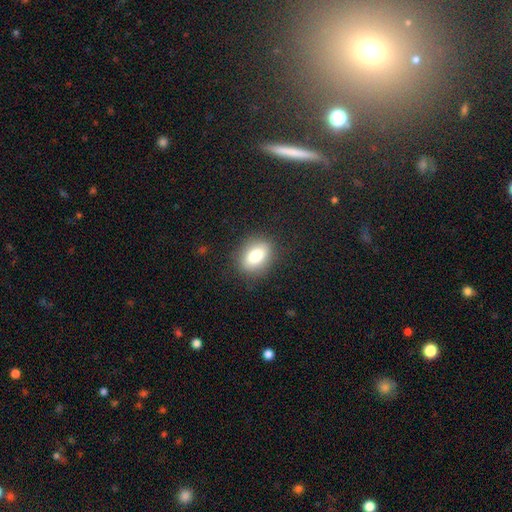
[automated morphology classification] The model was most divided on "how rounded": in between: 72%, round: 25%, cigar-shaped: 2%. More confident: merging — none (85%); smooth or featured — smooth (77%).